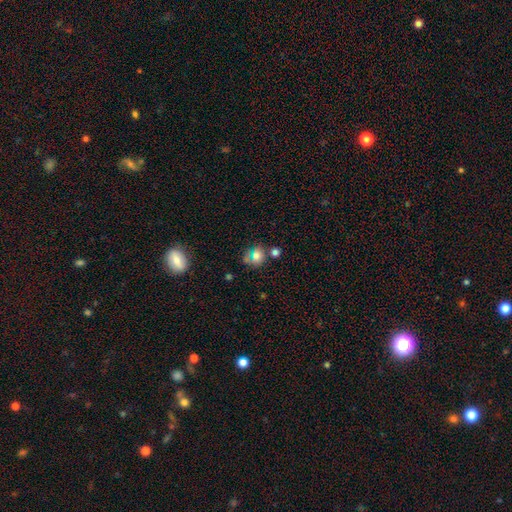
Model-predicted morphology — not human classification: This is likely a smooth galaxy (69%). How rounded: likely round (76%). Merging: likely none (65%).